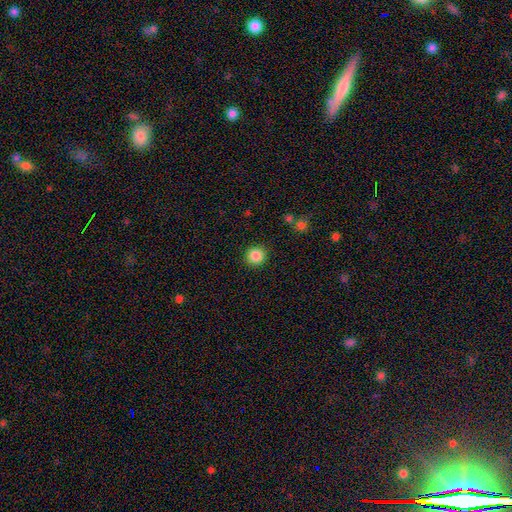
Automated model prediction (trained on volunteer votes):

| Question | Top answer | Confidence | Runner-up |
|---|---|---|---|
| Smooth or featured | smooth | 86% | star or artifact (10%) |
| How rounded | round | 94% | in between (5%) |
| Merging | none | 91% | minor disturbance (6%) |